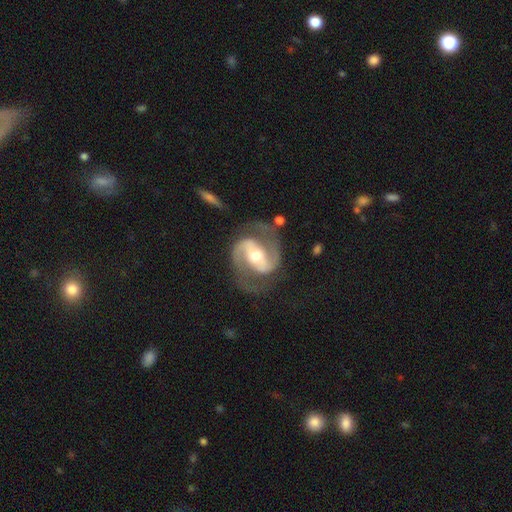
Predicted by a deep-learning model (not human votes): A featured or disk galaxy (91%) with a strong bar (50%), 2 (94%) medium (60%) spiral arms (97%) and a moderate central bulge (66%).

Vote fractions:
- Smooth or featured? featured or disk: 91% / smooth: 5% / star or artifact: 4%
- Edge-on disk? no: 97% / yes: 3%
- Bar? strong: 50% / weak: 34% / no: 16%
- Spiral arms? yes: 97% / no: 3%
- Spiral winding? medium: 60% / tight: 24% / loose: 15%
- Spiral arm count? 2: 94% / can't tell: 2% / 1: 1% / 3: 1% / 4: 1% / more than 4: 1%
- Bulge size? moderate: 66% / small: 21% / large: 10% / none: 1% / dominant: 1%
- Merging? none: 75% / minor disturbance: 14% / major disturbance: 8% / merger: 2%